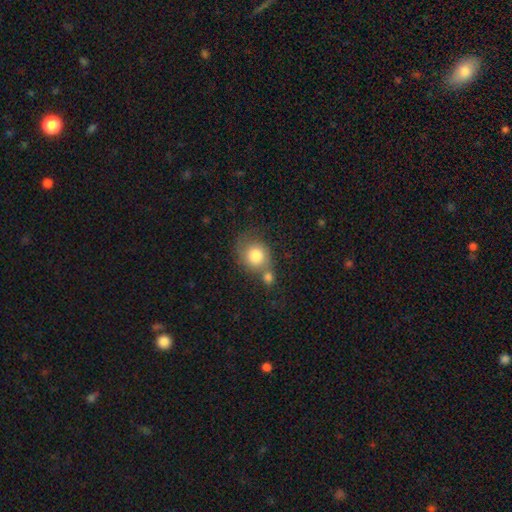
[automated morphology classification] This is likely a smooth galaxy (76%). How rounded: likely round (71%). Merging: marginally none (39%).